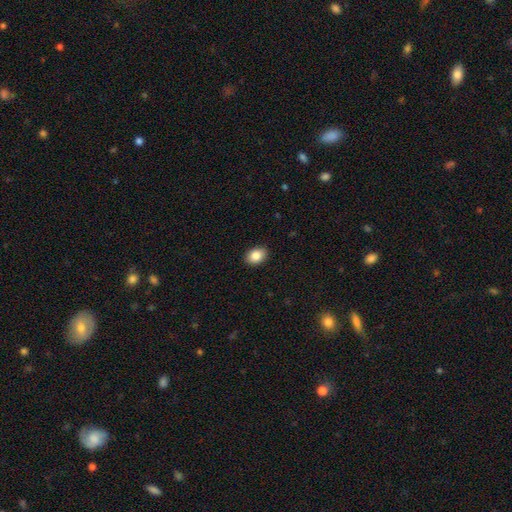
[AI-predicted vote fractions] This is clearly a smooth galaxy (86%). How rounded: likely in between (73%). Merging: clearly none (91%).